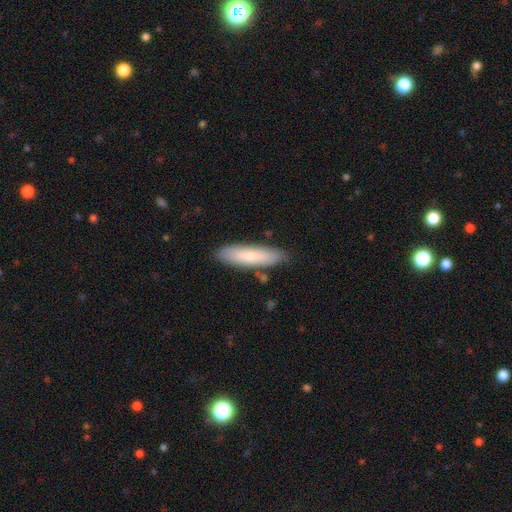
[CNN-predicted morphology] smooth-or-featured: smooth: 72% | featured or disk: 22% | star or artifact: 6%
  how-rounded: cigar-shaped: 60% | in between: 38% | round: 2%
  merging: none: 80% | minor disturbance: 14% | merger: 4% | major disturbance: 3%